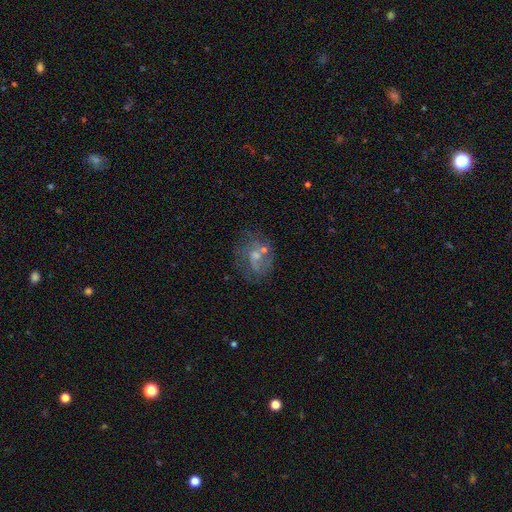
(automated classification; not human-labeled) Morphology: type=featured or disk (58%); edge-on=no (97%); bar=no (60%); spiral arms=yes (65%); bulge=small (47%); merging=none (59%).